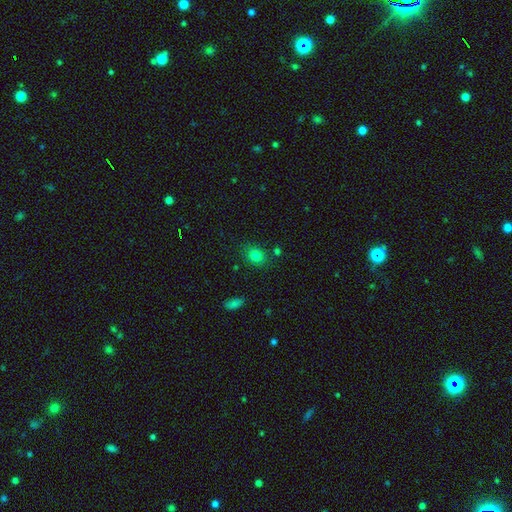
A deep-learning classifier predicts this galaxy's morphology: This appears to be a smooth galaxy with no disk features (80%) that is round (58%). Merging: none (80%).